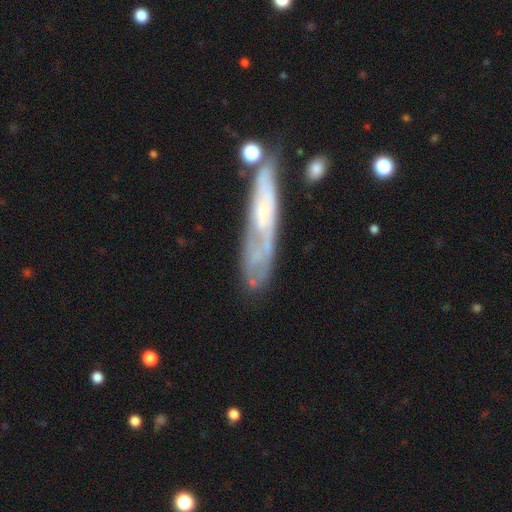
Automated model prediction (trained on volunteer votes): featured or disk 67%, smooth 25%, star or artifact 7%. Down the decision tree: edge-on disk — no (54%); merging — none (55%).